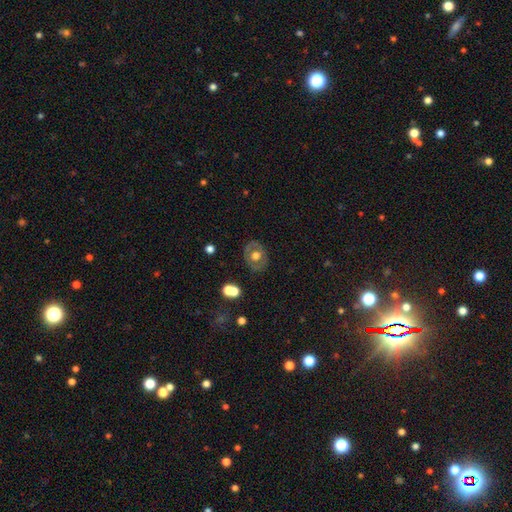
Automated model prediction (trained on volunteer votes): Q: Smooth or featured?
A: smooth (48%); runner-up: featured or disk (44%)
Q: Merging?
A: none (80%); runner-up: minor disturbance (13%)